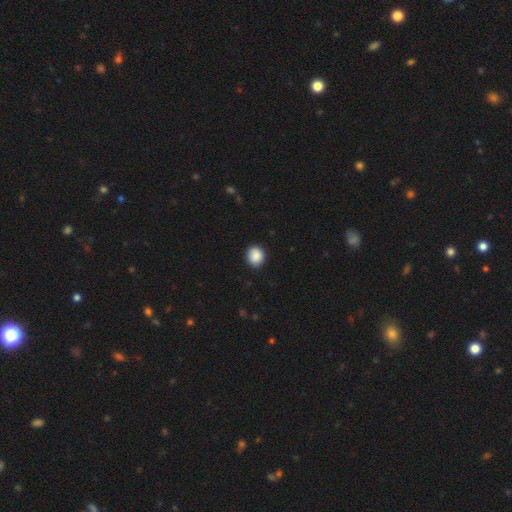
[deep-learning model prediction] Smooth or featured? Predicted: smooth (p=0.88). How rounded? Predicted: round (p=0.77). Merging? Predicted: none (p=0.88).